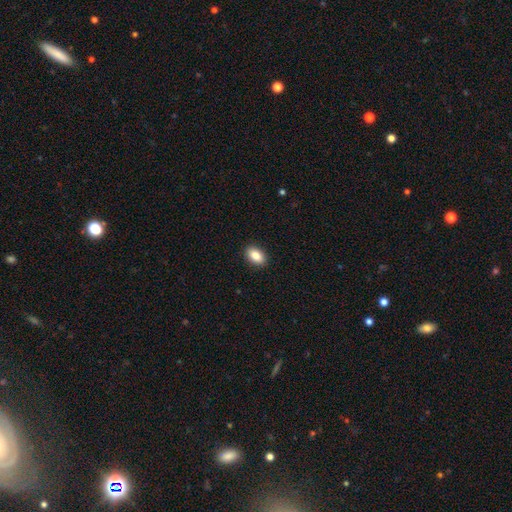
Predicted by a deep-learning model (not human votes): smooth-or-featured: smooth: 86% | star or artifact: 8% | featured or disk: 7%
  how-rounded: in between: 87% | round: 11% | cigar-shaped: 2%
  merging: none: 91% | minor disturbance: 7% | major disturbance: 2% | merger: 1%